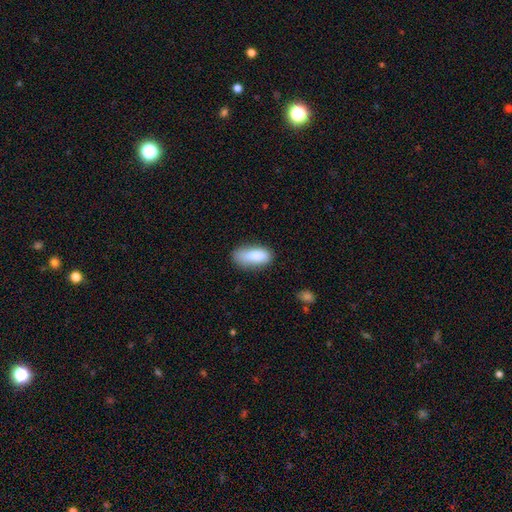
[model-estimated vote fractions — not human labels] smooth_or_featured: smooth (p=0.82) [alt: featured or disk p=0.10]
how_rounded: in between (p=0.81) [alt: cigar-shaped p=0.16]
merging: none (p=0.60) [alt: minor disturbance p=0.27]